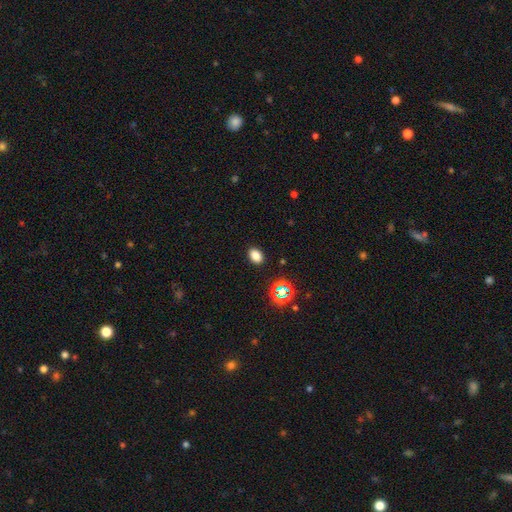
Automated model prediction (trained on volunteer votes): smooth-or-featured: smooth: 79% | star or artifact: 16% | featured or disk: 5%
  how-rounded: in between: 78% | round: 21% | cigar-shaped: 1%
  merging: none: 88% | minor disturbance: 8% | major disturbance: 2% | merger: 1%